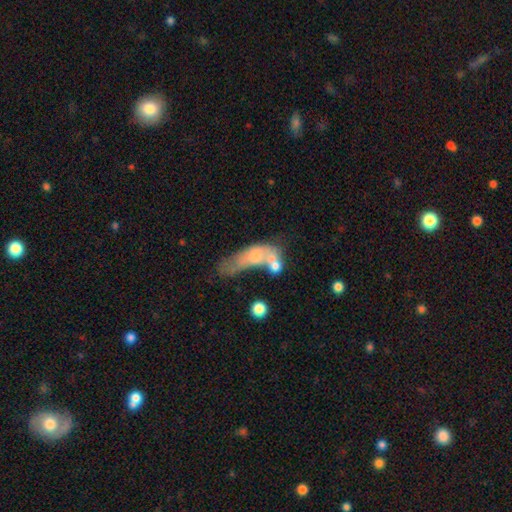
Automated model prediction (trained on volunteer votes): This appears to be a smooth galaxy with no disk features (48%). Merging: merger (45%).